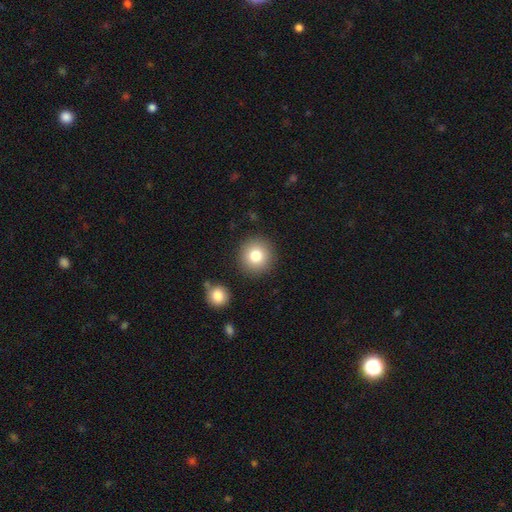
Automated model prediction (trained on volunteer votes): smooth_or_featured: smooth (p=0.79) [alt: star or artifact p=0.11]
how_rounded: round (p=0.94) [alt: in between p=0.05]
merging: none (p=0.88) [alt: minor disturbance p=0.07]